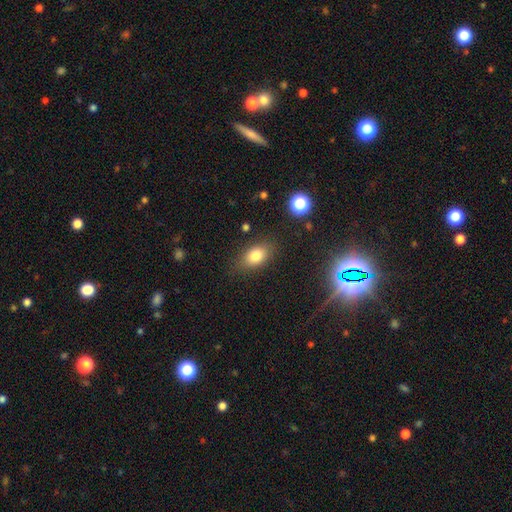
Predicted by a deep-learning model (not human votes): This is likely a smooth galaxy (80%). How rounded: clearly in between (83%). Merging: clearly none (80%).